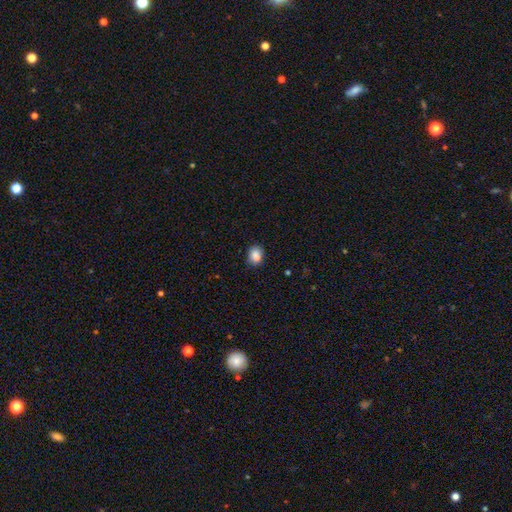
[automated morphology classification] smooth-or-featured: smooth: 85% | star or artifact: 10% | featured or disk: 5%
  how-rounded: in between: 51% | round: 48% | cigar-shaped: 1%
  merging: none: 74% | minor disturbance: 18% | merger: 4% | major disturbance: 3%